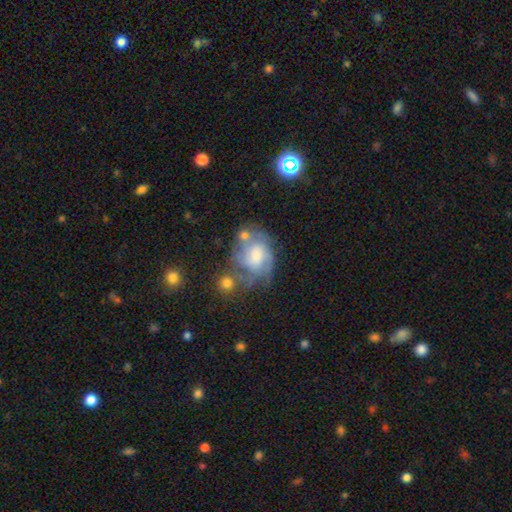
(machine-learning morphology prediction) Smooth or featured? Predicted: featured or disk (p=0.58). Edge-on disk? Predicted: no (p=0.97). Bar? Predicted: no (p=0.63). Spiral arms? Predicted: yes (p=0.68). Bulge size? Predicted: moderate (p=0.41). Merging? Predicted: none (p=0.37).